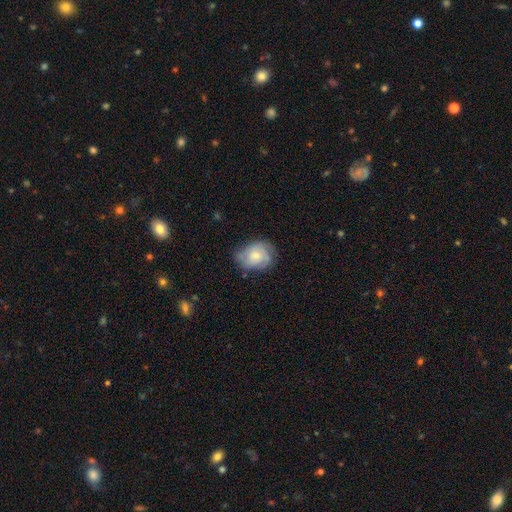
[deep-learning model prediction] Overall: featured or disk (58%; smooth 35%). Edge-on disk: no (97%). Bar: no (75%). Spiral arms: yes (86%). Bulge size: small (53%; moderate 40%). Merging: none (65%).